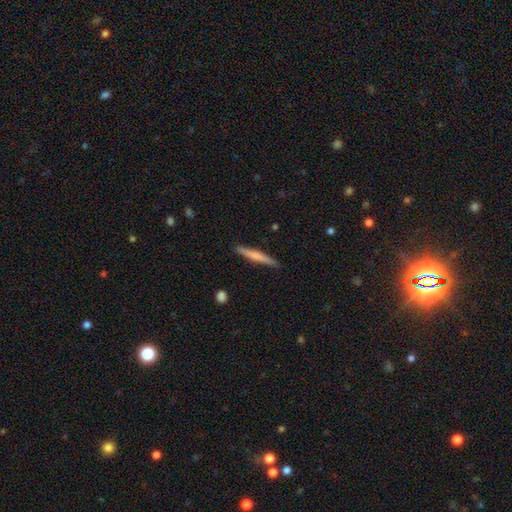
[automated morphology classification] Overall: smooth (60%; featured or disk 35%). How rounded: cigar-shaped (95%). Merging: none (88%).